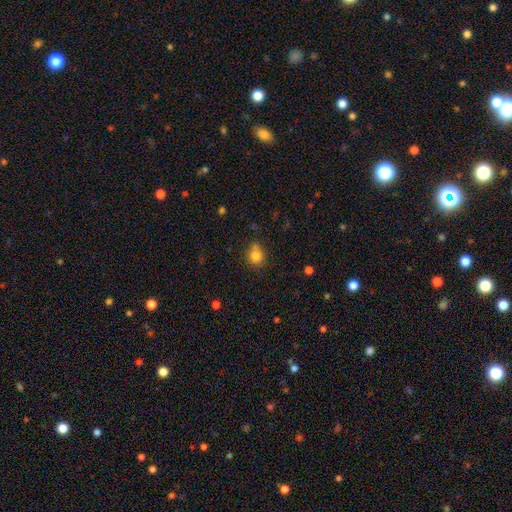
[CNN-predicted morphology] type=smooth (82%); roundness=round (73%); merging=none (67%).